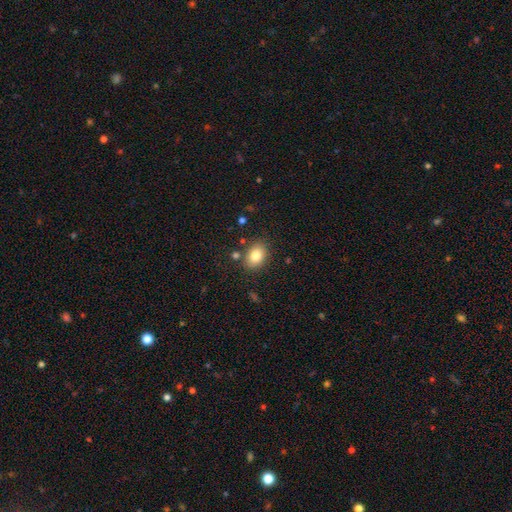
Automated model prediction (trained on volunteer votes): Smooth or featured: smooth — 82% (star or artifact — 9%)
How rounded: in between — 69% (round — 30%)
Merging: none — 82% (minor disturbance — 10%)